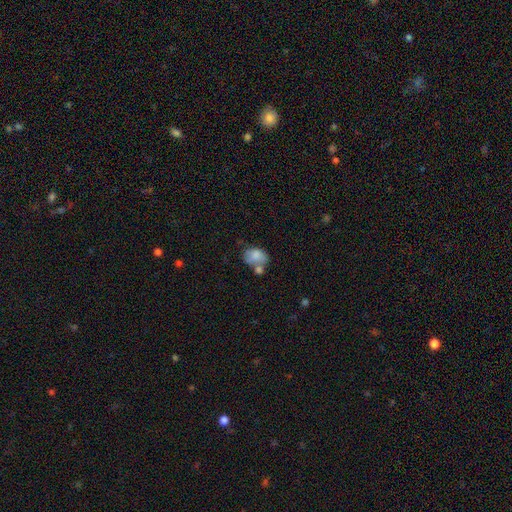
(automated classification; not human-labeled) This is likely a smooth galaxy (76%). How rounded: likely in between (73%). Merging: marginally none (38%).